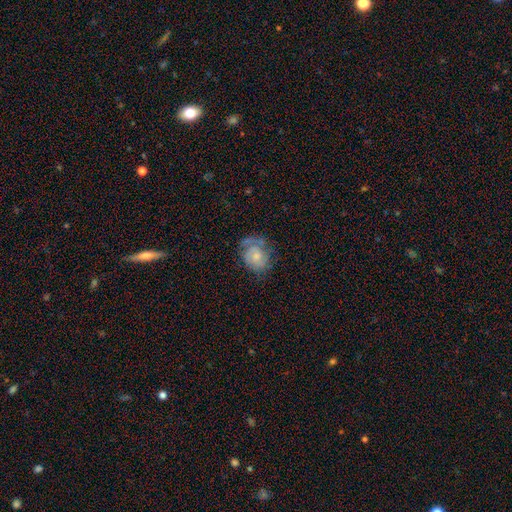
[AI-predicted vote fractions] Q: Smooth or featured?
A: featured or disk (54%); runner-up: smooth (38%)
Q: Edge-on disk?
A: no (97%); runner-up: yes (3%)
Q: Bar?
A: no (77%); runner-up: weak (20%)
Q: Spiral arms?
A: yes (76%); runner-up: no (24%)
Q: Bulge size?
A: small (51%); runner-up: moderate (35%)
Q: Merging?
A: none (53%); runner-up: minor disturbance (27%)